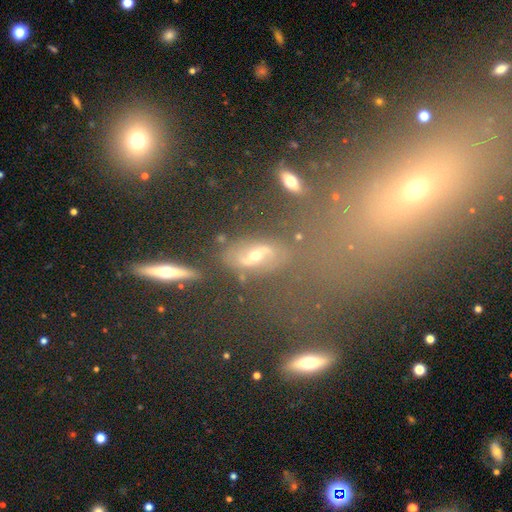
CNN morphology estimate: type=featured or disk (45%); merging=none (71%).